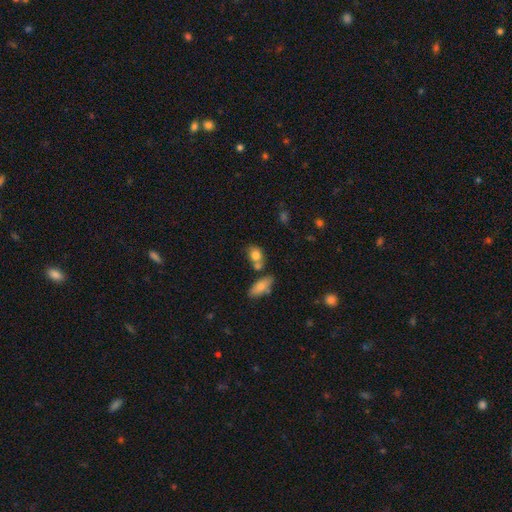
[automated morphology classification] This is clearly a smooth galaxy (80%). How rounded: possibly in between (54%). Merging: possibly none (52%).